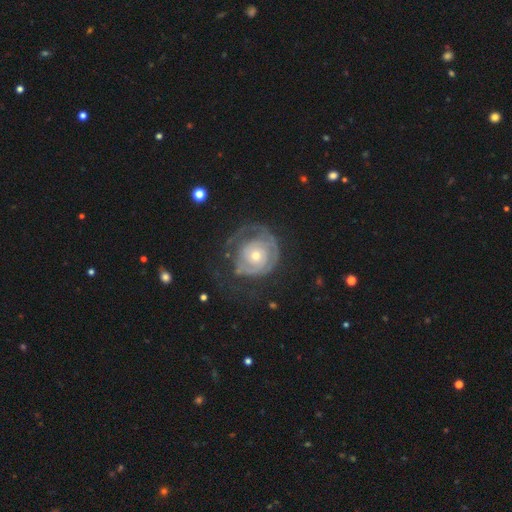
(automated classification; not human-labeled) This is likely a featured or disk galaxy (75%). It is clearly not viewed edge-on (97%). Bar: clearly no (82%). Spiral arm pattern: likely yes (78%). Spiral arm count: marginally can't tell (44%). Spiral winding: likely tight (70%). Central bulge: possibly small (52%). Merging: possibly none (49%).